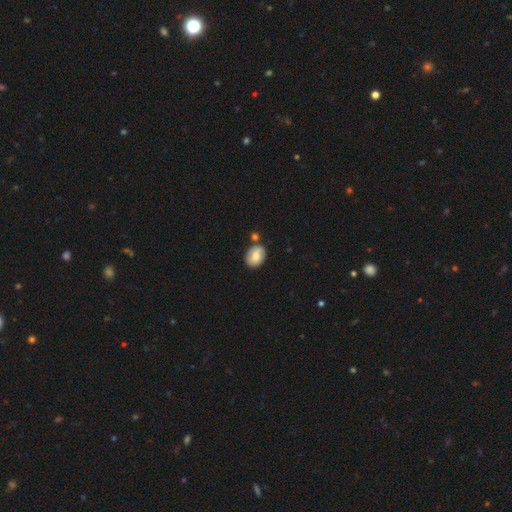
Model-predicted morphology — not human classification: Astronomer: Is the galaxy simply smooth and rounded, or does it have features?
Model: smooth — 73%.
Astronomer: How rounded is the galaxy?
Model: in between — 71%.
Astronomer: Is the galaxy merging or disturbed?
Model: none — 70%.